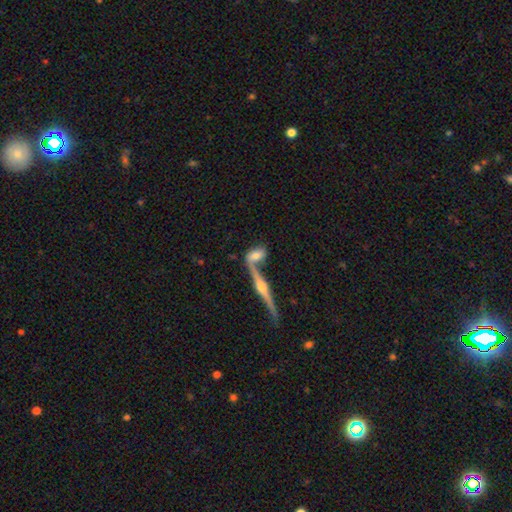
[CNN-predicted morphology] This appears to be a smooth galaxy with no disk features (47%). Merging: merger (42%).